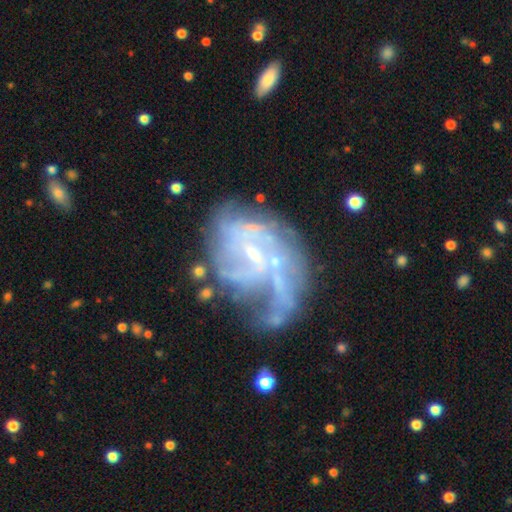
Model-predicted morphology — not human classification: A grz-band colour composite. It shows a featured or disk galaxy (79%) with no bar (52%), medium (38%) spiral arms (77%) and a small central bulge (74%). Merging: none (34%).